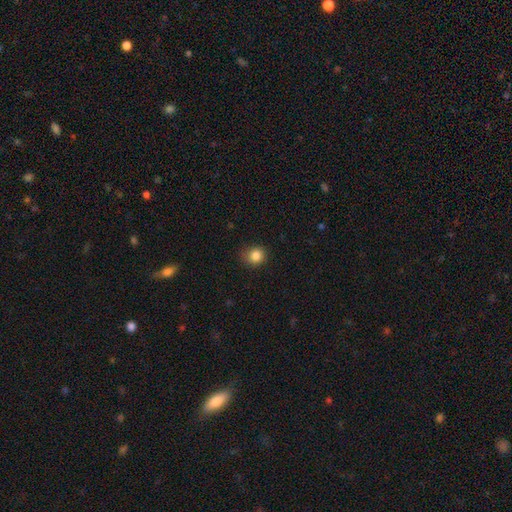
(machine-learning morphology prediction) Q: Smooth or featured?
A: smooth (84%); runner-up: star or artifact (12%)
Q: How rounded?
A: round (82%); runner-up: in between (17%)
Q: Merging?
A: none (79%); runner-up: minor disturbance (17%)